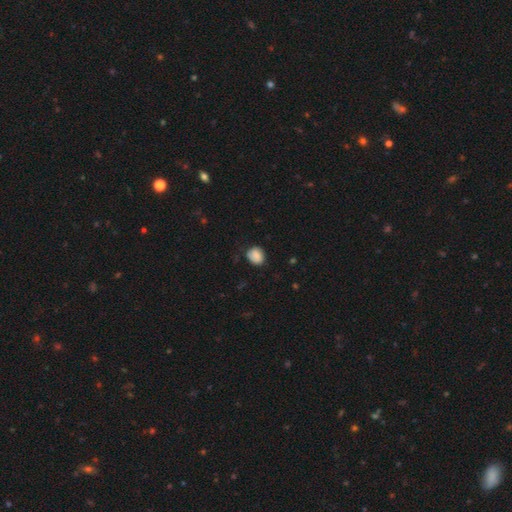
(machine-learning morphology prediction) smooth 84%, star or artifact 8%, featured or disk 7%. Down the decision tree: how rounded — round (67%); merging — none (74%).